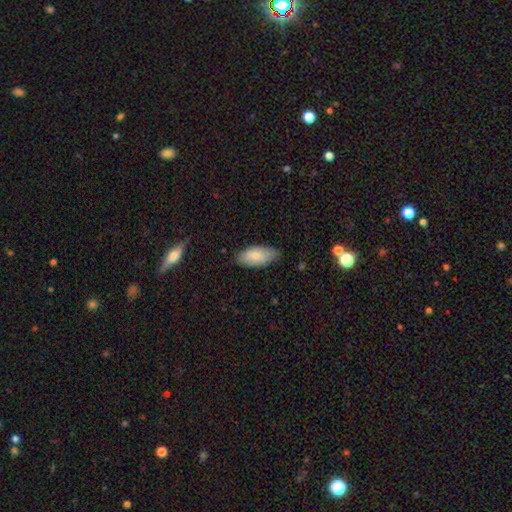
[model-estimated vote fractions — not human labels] Morphology: type=smooth (79%); roundness=in between (91%); merging=none (79%).